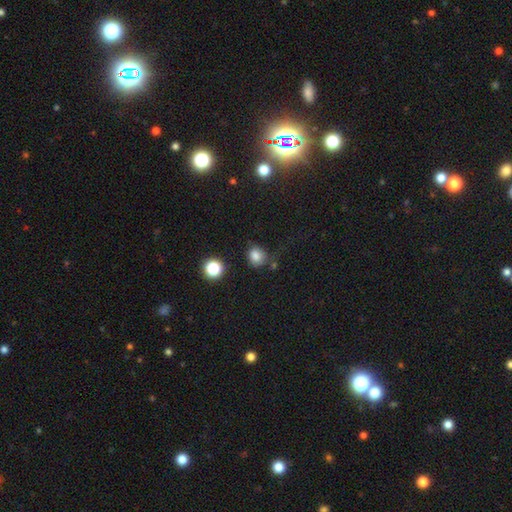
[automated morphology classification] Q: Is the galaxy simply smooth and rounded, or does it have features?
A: smooth — 81%.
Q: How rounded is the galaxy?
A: round — 77%.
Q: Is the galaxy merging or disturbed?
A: none — 70%.